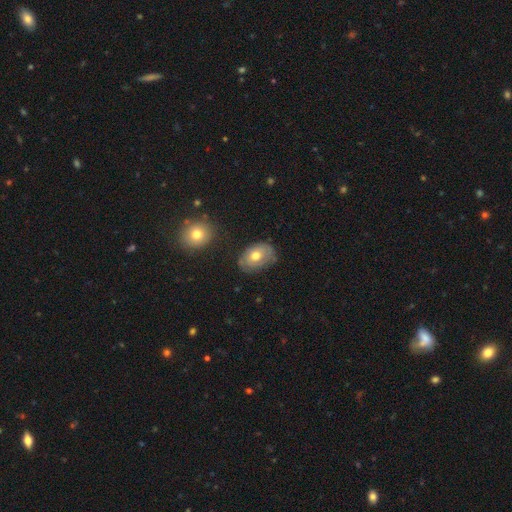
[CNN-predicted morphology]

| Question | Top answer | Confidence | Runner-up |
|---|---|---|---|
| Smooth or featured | smooth | 60% | featured or disk (32%) |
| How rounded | in between | 81% | round (18%) |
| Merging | none | 68% | minor disturbance (23%) |